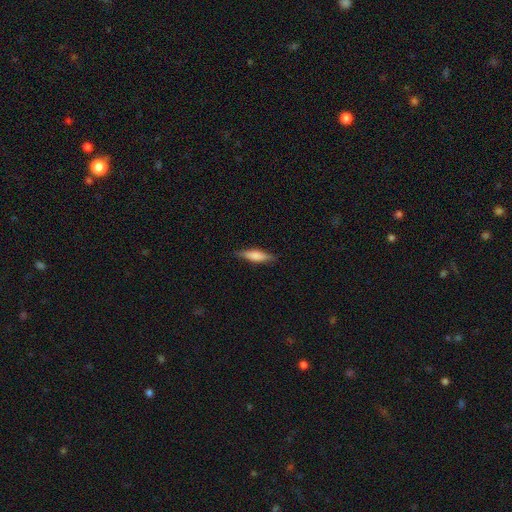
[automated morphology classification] Smooth or featured: smooth — 65% (featured or disk — 28%)
How rounded: cigar-shaped — 64% (in between — 34%)
Merging: none — 85% (minor disturbance — 12%)